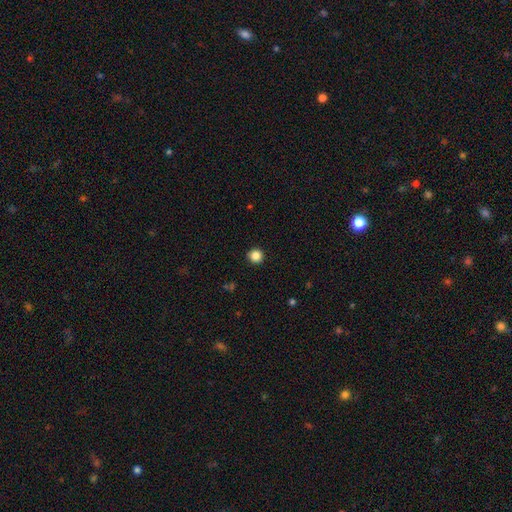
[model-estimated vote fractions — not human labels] Smooth or featured? smooth (85%)
How rounded? round (94%)
Merging? none (92%)